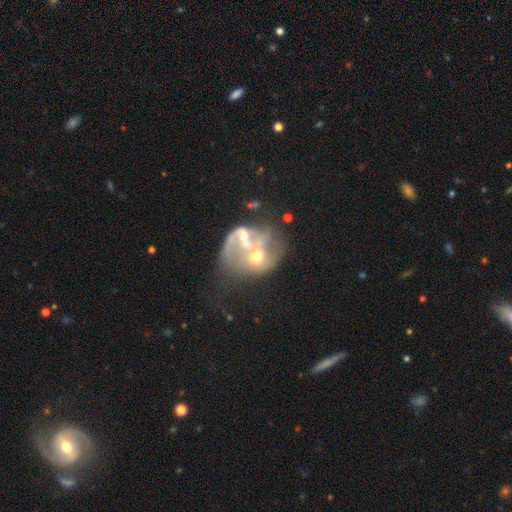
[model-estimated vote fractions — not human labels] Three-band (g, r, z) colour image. It shows a featured or disk galaxy (70%) with no bar (68%), spiral arms (56%) and a moderate central bulge (53%). Merging: merger (67%).